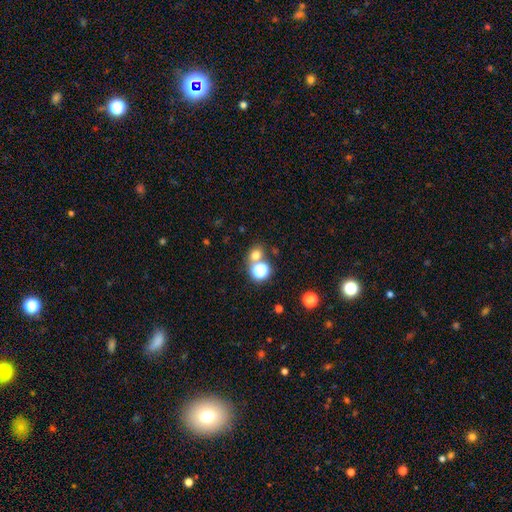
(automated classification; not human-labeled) This appears to be a smooth galaxy with no disk features (67%) that is round (73%). Merging: none (63%).